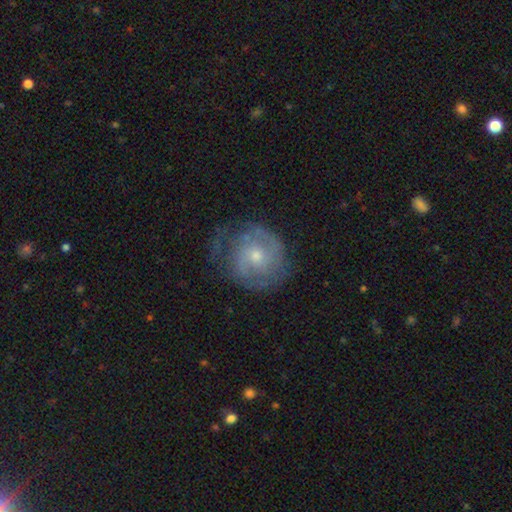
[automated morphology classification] This is likely a featured or disk galaxy (70%). It is clearly not viewed edge-on (97%). Bar: likely no (71%). Spiral arm pattern: clearly yes (83%). Spiral arm count: possibly 2 (47%). Spiral winding: possibly tight (52%). Central bulge: possibly small (53%). Merging: likely none (61%).